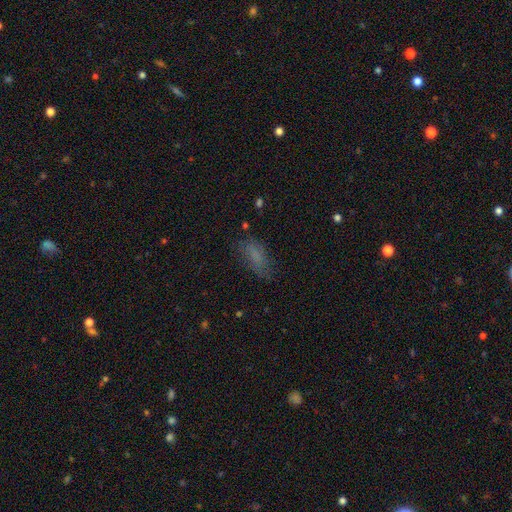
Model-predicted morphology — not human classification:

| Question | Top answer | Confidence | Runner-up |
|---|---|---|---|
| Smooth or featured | smooth | 73% | featured or disk (14%) |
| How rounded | in between | 79% | cigar-shaped (17%) |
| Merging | none | 63% | minor disturbance (24%) |